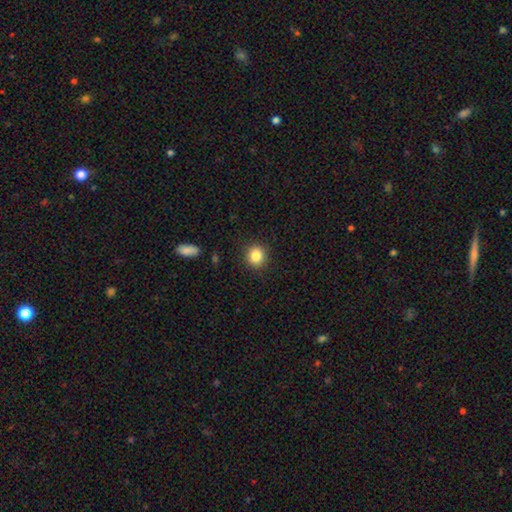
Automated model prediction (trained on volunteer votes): The model was most divided on "smooth or featured": smooth: 85%, star or artifact: 10%, featured or disk: 5%. More confident: merging — none (90%); how rounded — round (88%).